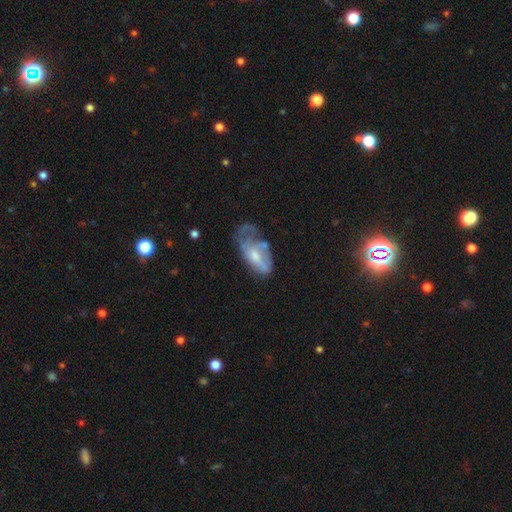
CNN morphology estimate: smooth_or_featured: smooth (p=0.46) [alt: featured or disk p=0.45]
merging: major disturbance (p=0.43) [alt: minor disturbance p=0.26]